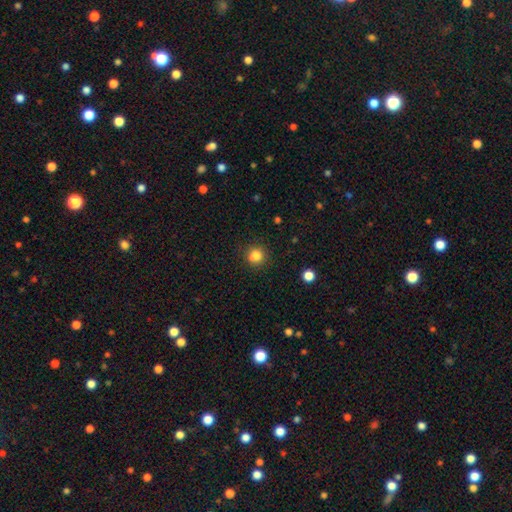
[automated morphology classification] This is clearly a smooth galaxy (84%). How rounded: clearly round (89%). Merging: clearly none (87%).